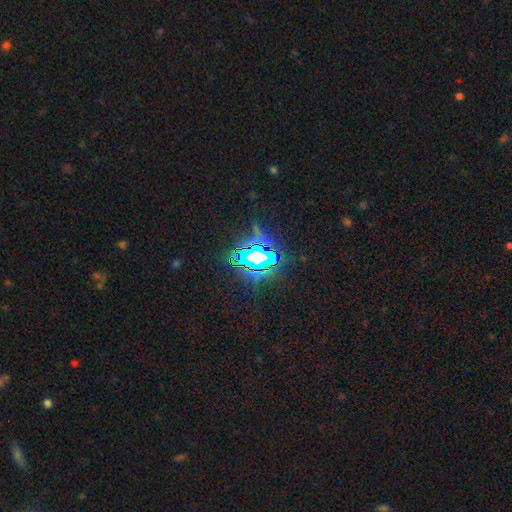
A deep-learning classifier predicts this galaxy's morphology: This is likely a star or artifact rather than a galaxy (71%).